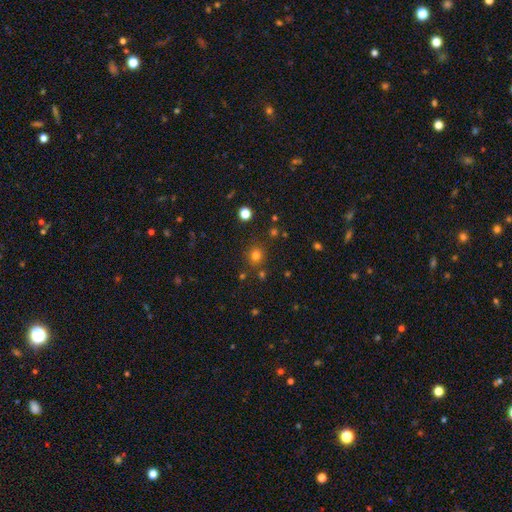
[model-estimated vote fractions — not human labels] A smooth galaxy with no disk features (75%) that is round (85%). Merging: none (82%).